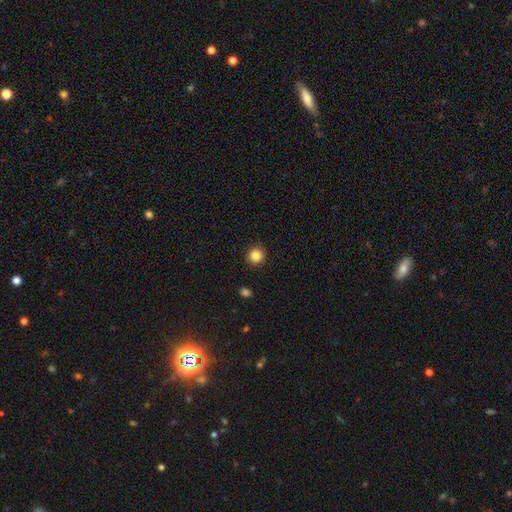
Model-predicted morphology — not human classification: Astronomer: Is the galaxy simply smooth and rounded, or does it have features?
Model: smooth — 85%.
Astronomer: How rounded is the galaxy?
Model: round — 95%.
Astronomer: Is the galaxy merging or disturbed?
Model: none — 92%.